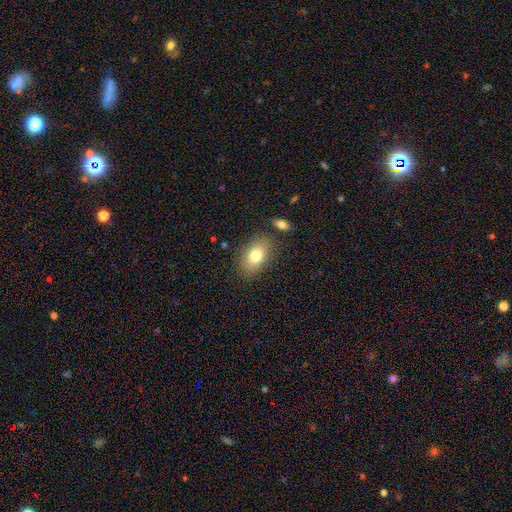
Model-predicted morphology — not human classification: A smooth galaxy with no disk features (78%) that is in between round and cigar-shaped (86%). Merging: none (80%).